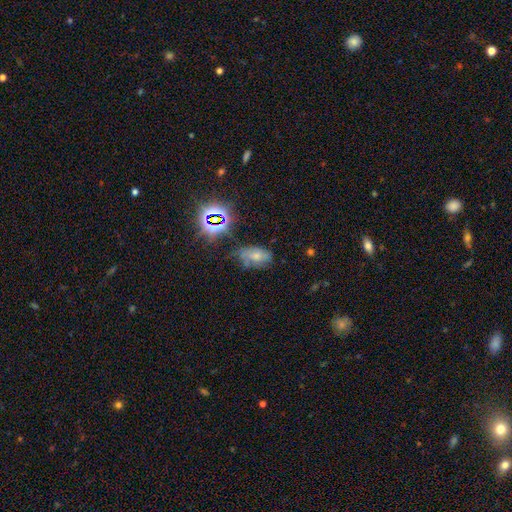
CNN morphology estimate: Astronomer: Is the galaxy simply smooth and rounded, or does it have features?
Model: smooth — 46% (runner-up: featured or disk, 28%).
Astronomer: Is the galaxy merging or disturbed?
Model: none — 48% (runner-up: minor disturbance, 32%).